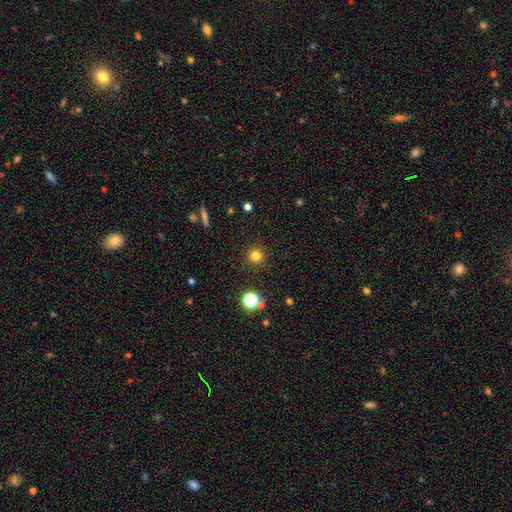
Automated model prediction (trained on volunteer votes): smooth_or_featured: smooth (p=0.79) [alt: star or artifact p=0.15]
how_rounded: round (p=0.95) [alt: in between p=0.04]
merging: none (p=0.91) [alt: minor disturbance p=0.05]